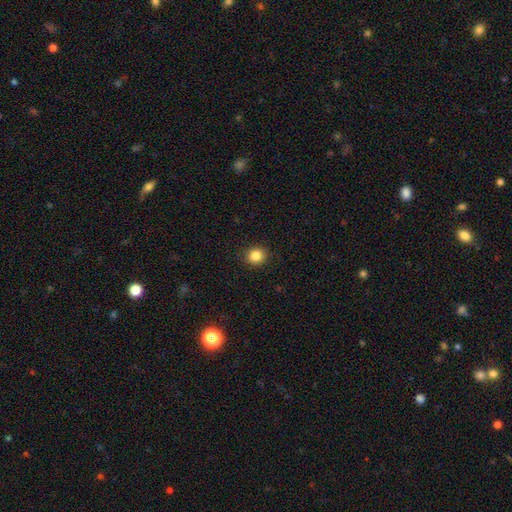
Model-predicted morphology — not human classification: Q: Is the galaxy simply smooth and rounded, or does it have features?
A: smooth — 85%.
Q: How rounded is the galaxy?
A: round — 85%.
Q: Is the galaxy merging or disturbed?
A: none — 91%.